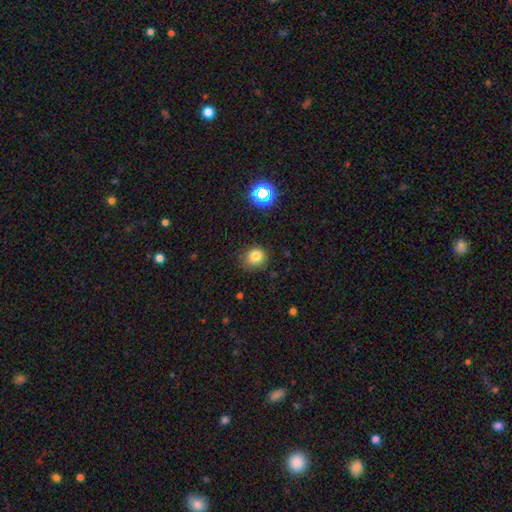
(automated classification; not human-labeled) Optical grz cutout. It shows a smooth galaxy with no disk features (78%) that is round (75%). Merging: none (73%).